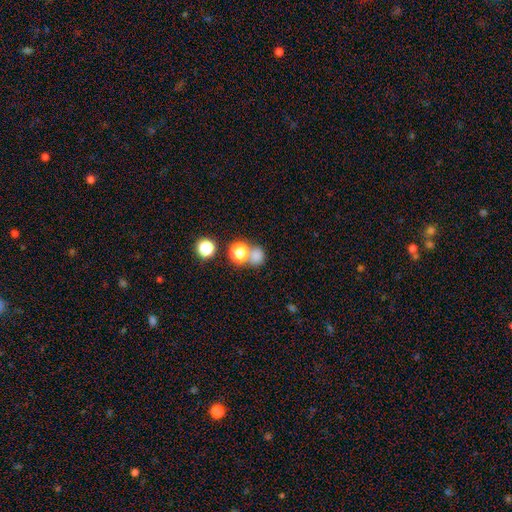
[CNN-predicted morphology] Smooth or featured? Predicted: smooth (p=0.74). How rounded? Predicted: round (p=0.79). Merging? Predicted: none (p=0.52).